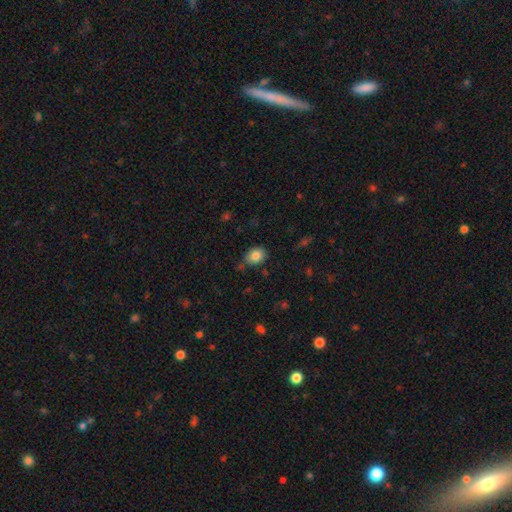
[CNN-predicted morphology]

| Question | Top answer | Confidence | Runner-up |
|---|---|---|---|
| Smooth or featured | smooth | 83% | star or artifact (9%) |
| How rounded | in between | 55% | round (44%) |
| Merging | none | 76% | minor disturbance (17%) |